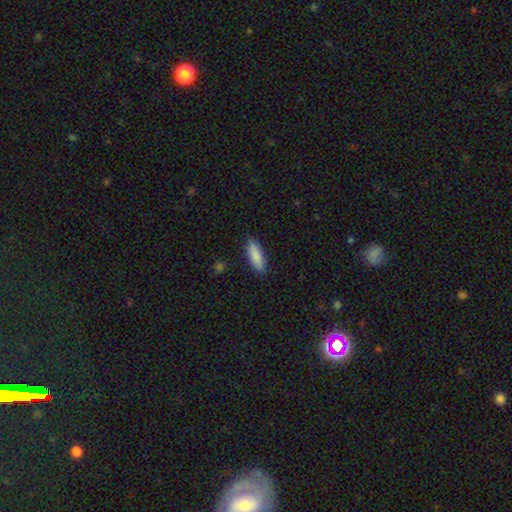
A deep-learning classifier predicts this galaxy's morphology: Smooth or featured?
  - smooth: 87% *
  - featured or disk: 7%
  - star or artifact: 6%
How rounded?
  - in between: 57% *
  - cigar-shaped: 41%
  - round: 2%
Merging?
  - none: 86% *
  - minor disturbance: 11%
  - major disturbance: 2%
  - merger: 1%